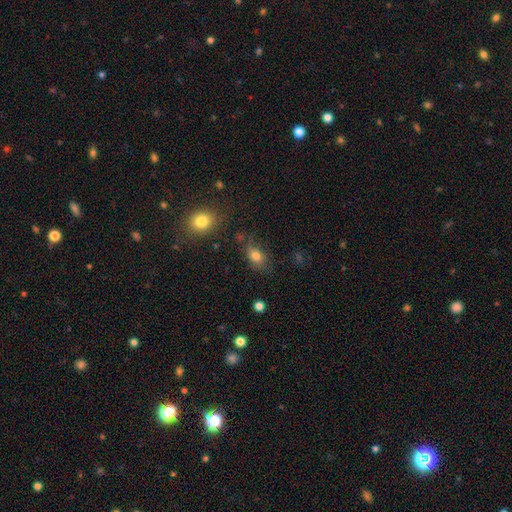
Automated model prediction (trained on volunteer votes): smooth_or_featured: smooth (p=0.81) [alt: star or artifact p=0.12]
how_rounded: in between (p=0.74) [alt: round p=0.23]
merging: none (p=0.65) [alt: minor disturbance p=0.23]